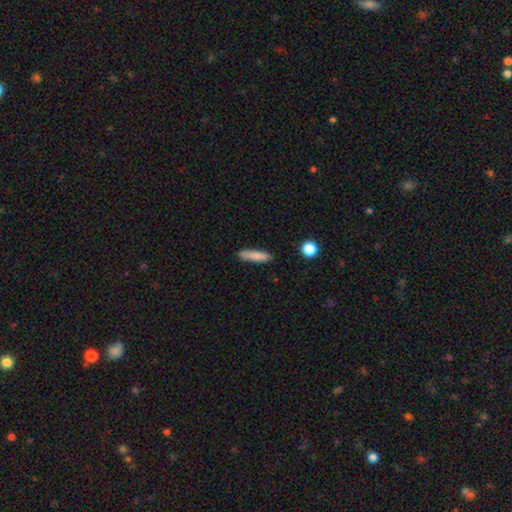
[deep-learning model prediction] This appears to be a smooth galaxy with no disk features (83%) that is cigar-shaped (79%). Merging: none (87%).